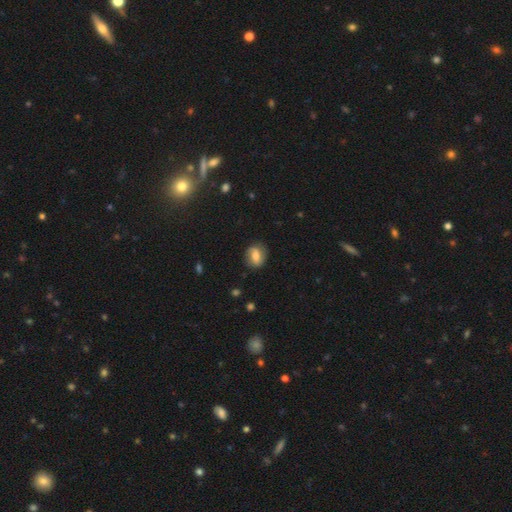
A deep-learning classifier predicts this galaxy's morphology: Q: Smooth or featured?
A: smooth (49%); runner-up: featured or disk (43%)
Q: Merging?
A: none (80%); runner-up: minor disturbance (14%)